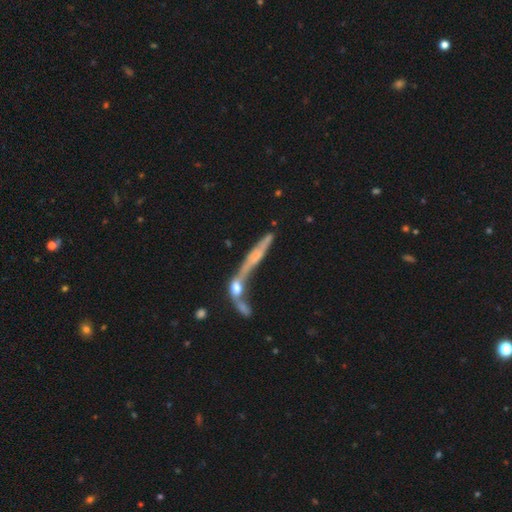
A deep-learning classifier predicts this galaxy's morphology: Smooth or featured? Predicted: featured or disk (p=0.58). Edge-on disk? Predicted: yes (p=0.73). Merging? Predicted: merger (p=0.55).